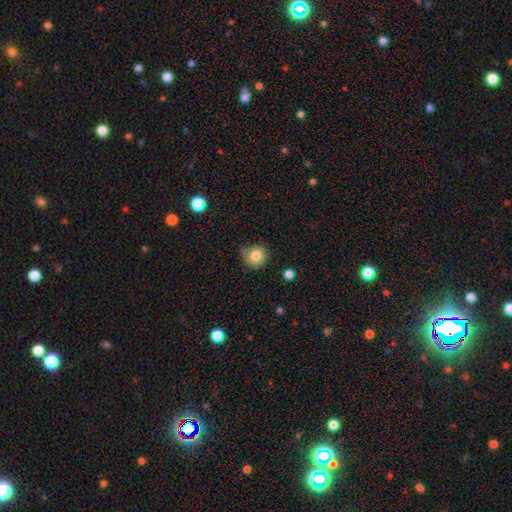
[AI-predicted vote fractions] The model was most divided on "merging": none: 67%, minor disturbance: 26%, major disturbance: 5%, merger: 2%. More confident: how rounded — round (83%); smooth or featured — smooth (81%).